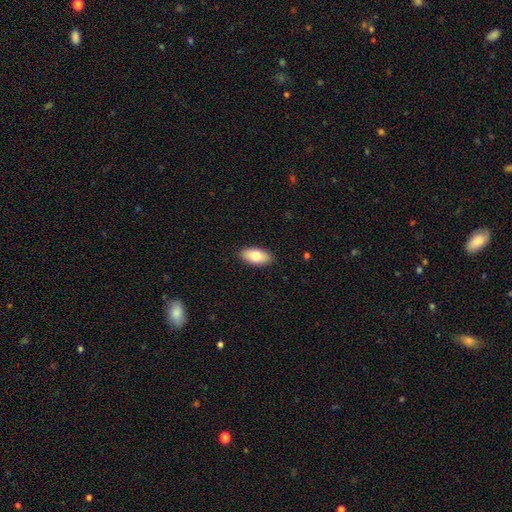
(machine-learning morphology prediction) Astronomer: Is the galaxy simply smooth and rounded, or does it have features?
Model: smooth — 80%.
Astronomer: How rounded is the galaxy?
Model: in between — 93%.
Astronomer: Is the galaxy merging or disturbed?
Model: none — 89%.